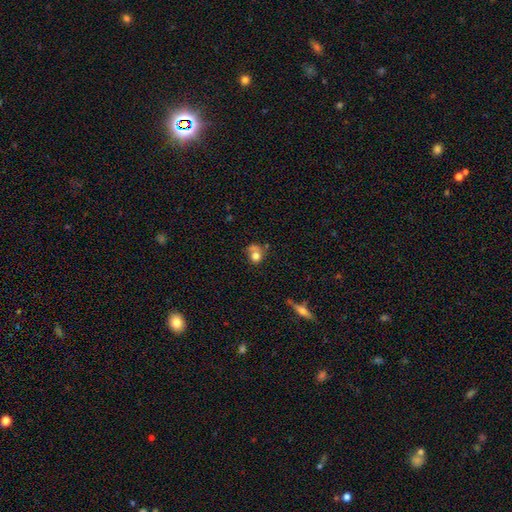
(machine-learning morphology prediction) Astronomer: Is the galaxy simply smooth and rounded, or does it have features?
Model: smooth — 73%.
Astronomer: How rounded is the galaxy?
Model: round — 70%.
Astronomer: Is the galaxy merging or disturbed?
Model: none — 39% (runner-up: merger, 29%).